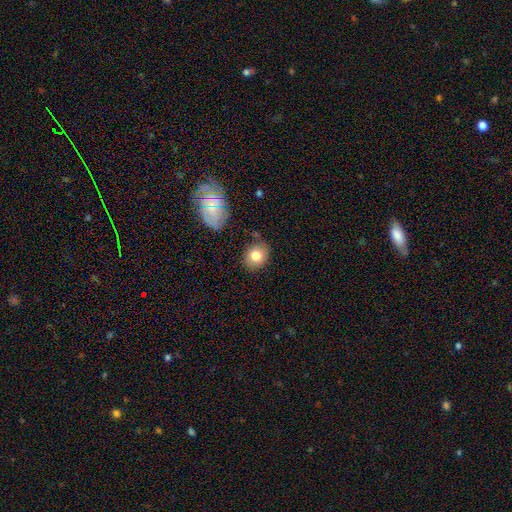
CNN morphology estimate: This appears to be a smooth galaxy with no disk features (80%) that is round (62%). Merging: none (78%).